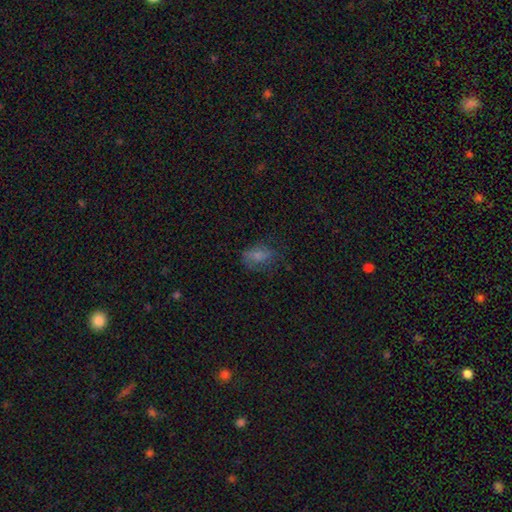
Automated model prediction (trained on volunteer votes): Overall: smooth (57%; featured or disk 26%). How rounded: in between (76%). Merging: none (60%; minor disturbance 24%).